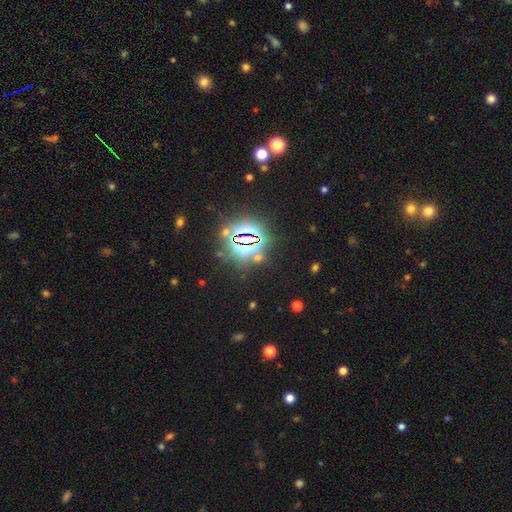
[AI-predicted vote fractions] smooth-or-featured: star or artifact: 82% | smooth: 10% | featured or disk: 8%